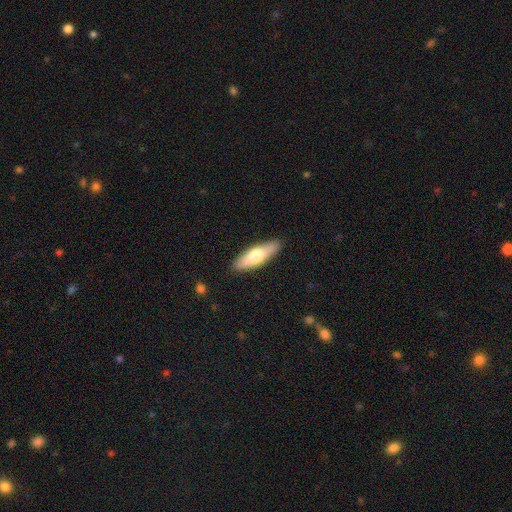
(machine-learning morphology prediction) Smooth or featured? smooth (66%)
How rounded? cigar-shaped (50%)
Merging? none (89%)